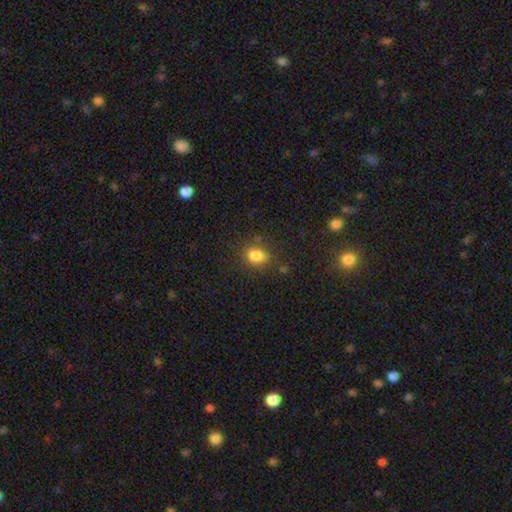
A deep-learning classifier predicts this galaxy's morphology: Overall: smooth (81%). How rounded: in between (59%; round 39%). Merging: none (72%).